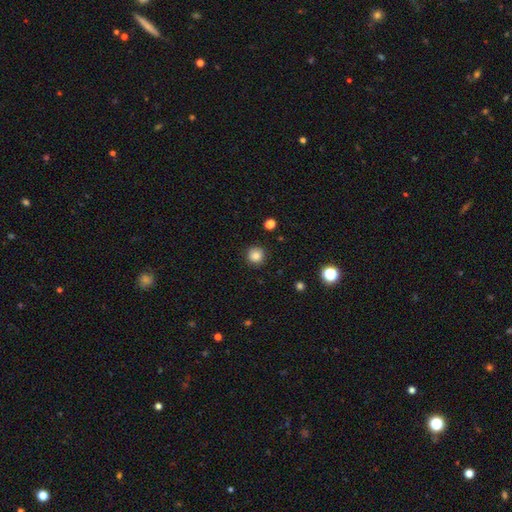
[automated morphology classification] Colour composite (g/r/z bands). It shows a smooth galaxy with no disk features (85%) that is round (94%). Merging: none (90%).